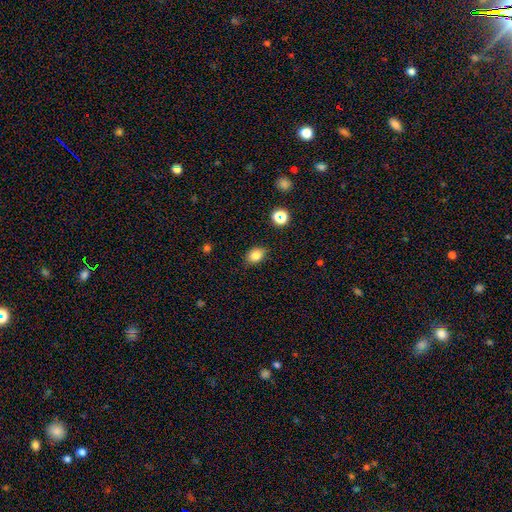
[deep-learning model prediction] Smooth or featured? Predicted: smooth (p=0.82). How rounded? Predicted: in between (p=0.70). Merging? Predicted: none (p=0.83).